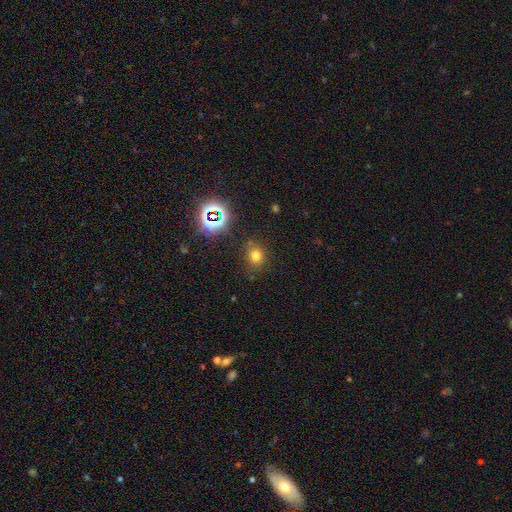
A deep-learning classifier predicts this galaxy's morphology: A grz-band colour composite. It shows a smooth galaxy with no disk features (68%) that is round (71%). Merging: none (81%).